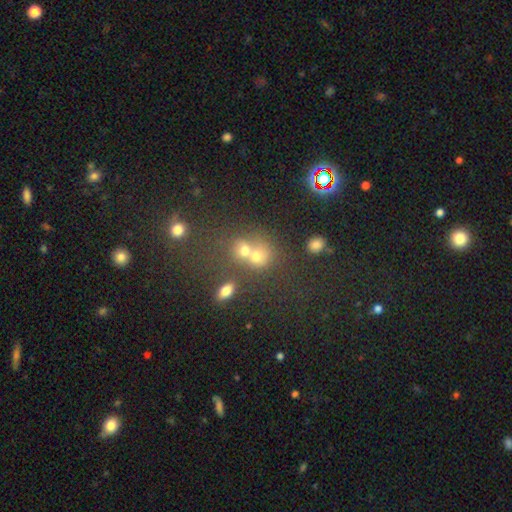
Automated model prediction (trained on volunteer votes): The model was most divided on "merging": merger: 50%, none: 36%, minor disturbance: 8%, major disturbance: 6%. More confident: how rounded — round (70%); smooth or featured — smooth (61%).